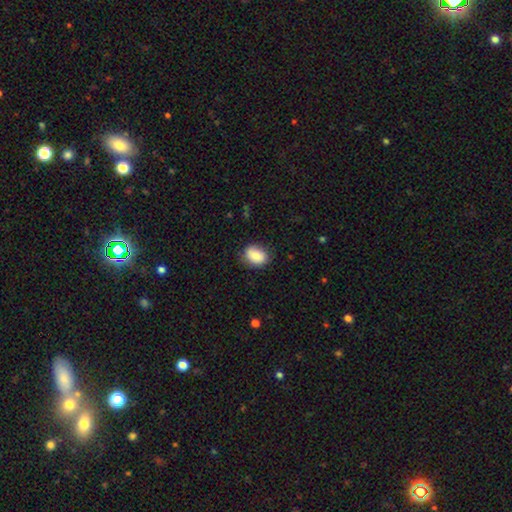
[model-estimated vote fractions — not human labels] Q: Smooth or featured?
A: smooth (83%); runner-up: featured or disk (10%)
Q: How rounded?
A: in between (67%); runner-up: round (31%)
Q: Merging?
A: none (78%); runner-up: minor disturbance (17%)